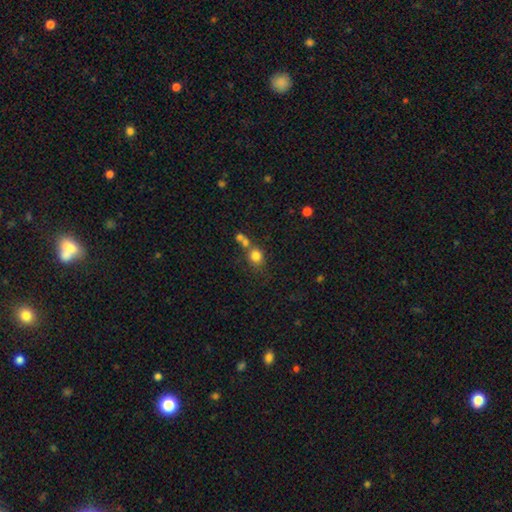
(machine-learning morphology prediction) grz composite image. It shows a smooth galaxy with no disk features (79%) that is round (78%). Merging: none (50%).